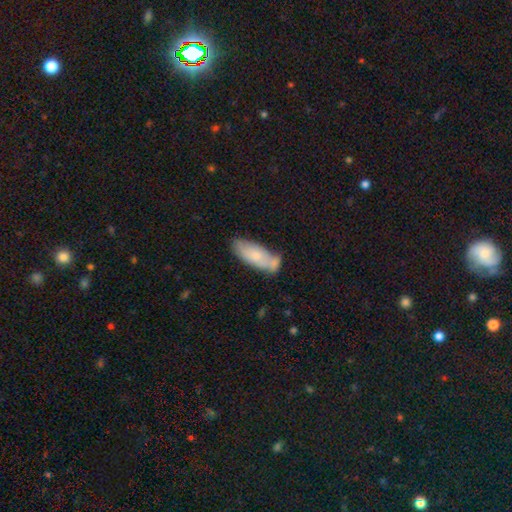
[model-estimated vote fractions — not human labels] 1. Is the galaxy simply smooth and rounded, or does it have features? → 70% smooth, 24% featured or disk, 6% star or artifact.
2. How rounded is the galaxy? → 77% in between, 21% cigar-shaped, 2% round.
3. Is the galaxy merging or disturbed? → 53% none, 24% minor disturbance, 17% merger, 6% major disturbance.